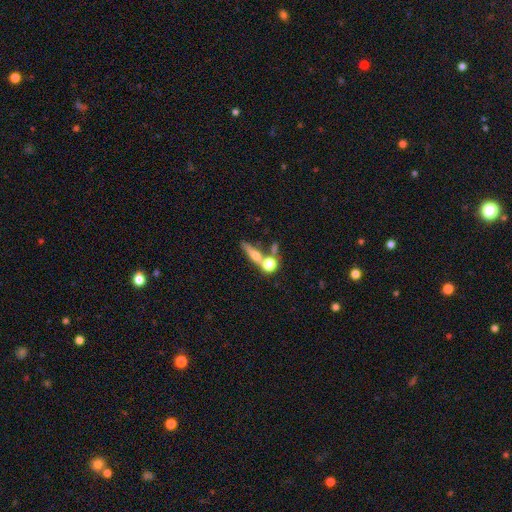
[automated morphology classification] smooth 51%, featured or disk 36%, star or artifact 13%. Down the decision tree: how rounded — cigar-shaped (43%); merging — none (44%).